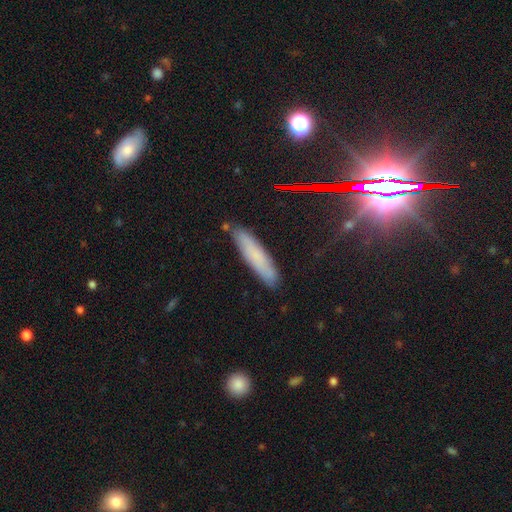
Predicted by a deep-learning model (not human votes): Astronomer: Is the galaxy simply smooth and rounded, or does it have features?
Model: smooth — 67%.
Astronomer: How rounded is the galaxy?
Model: cigar-shaped — 85%.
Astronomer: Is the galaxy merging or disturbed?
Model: none — 86%.